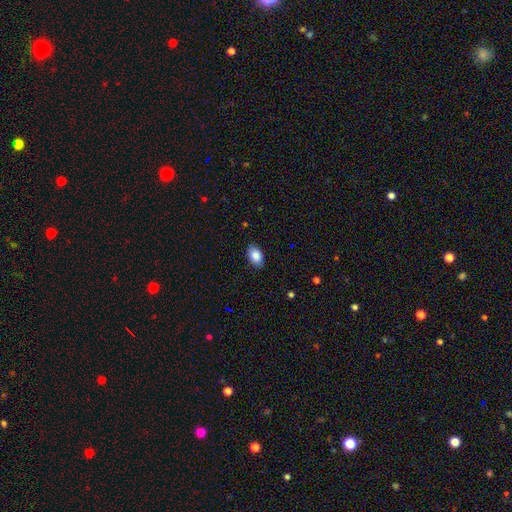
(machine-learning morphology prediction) smooth 87%, star or artifact 7%, featured or disk 6%. Down the decision tree: how rounded — in between (90%); merging — none (87%).